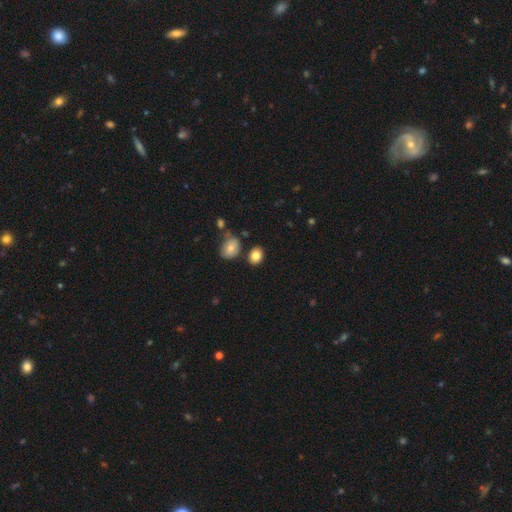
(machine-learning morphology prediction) This is clearly a smooth galaxy (83%). How rounded: possibly in between (58%). Merging: likely none (76%).